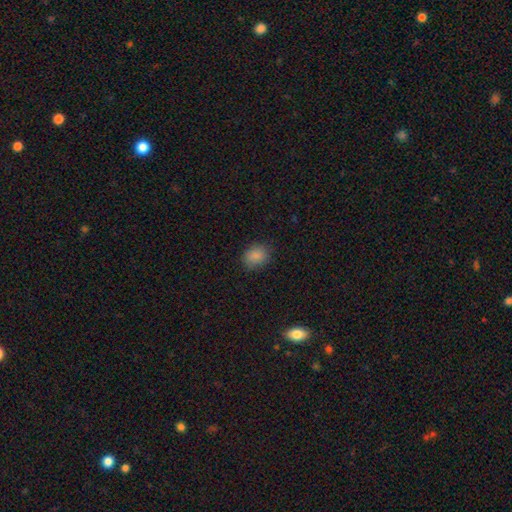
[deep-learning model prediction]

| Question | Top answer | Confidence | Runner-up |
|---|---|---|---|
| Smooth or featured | smooth | 85% | star or artifact (11%) |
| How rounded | round | 50% | in between (49%) |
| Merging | none | 84% | minor disturbance (12%) |